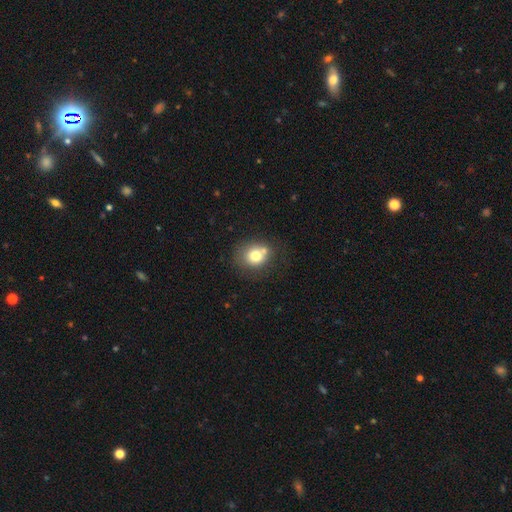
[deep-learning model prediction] This appears to be a smooth galaxy with no disk features (74%) that is round (70%). Merging: none (57%).